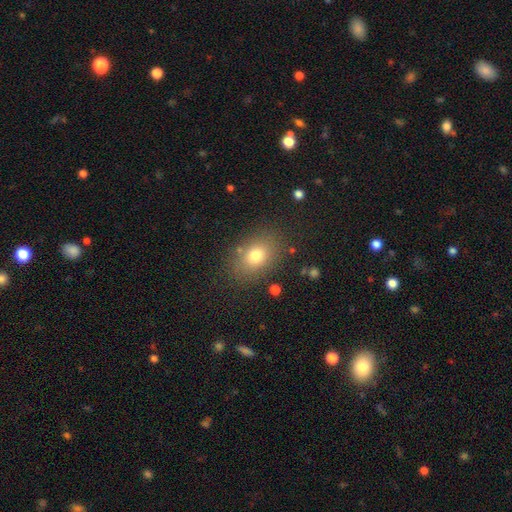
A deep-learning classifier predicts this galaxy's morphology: This is likely a smooth galaxy (77%). How rounded: likely in between (72%). Merging: clearly none (81%).